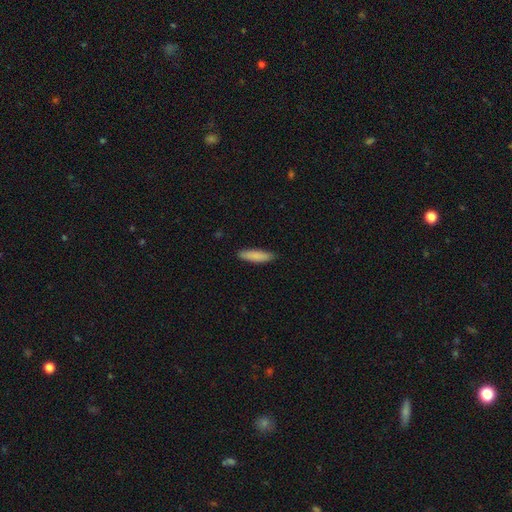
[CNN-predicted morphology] smooth 86%, featured or disk 9%, star or artifact 6%. Down the decision tree: how rounded — cigar-shaped (71%); merging — none (87%).